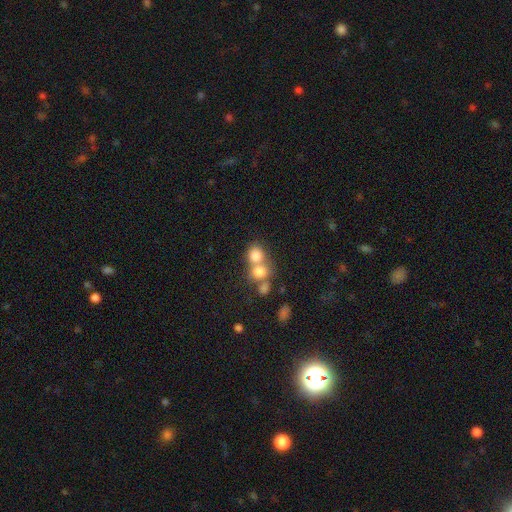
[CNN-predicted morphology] This is likely a smooth galaxy (77%). How rounded: likely round (74%). Merging: possibly merger (55%).